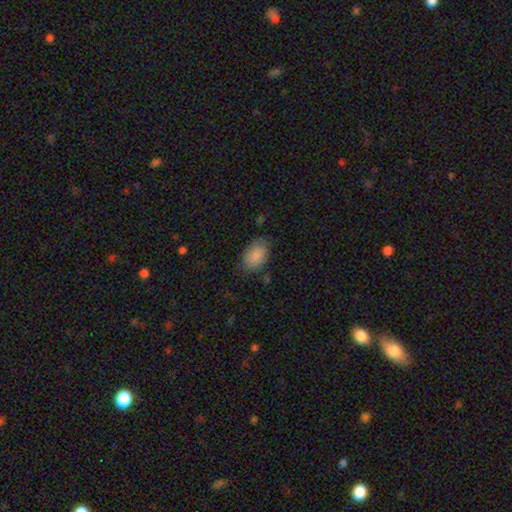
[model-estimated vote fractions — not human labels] This is clearly a smooth galaxy (88%). How rounded: clearly in between (91%). Merging: likely none (78%).